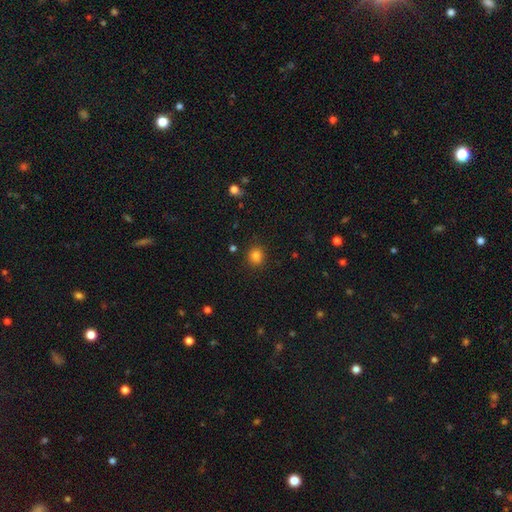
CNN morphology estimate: Smooth or featured: smooth — 82% (star or artifact — 13%)
How rounded: round — 85% (in between — 14%)
Merging: none — 88% (minor disturbance — 8%)